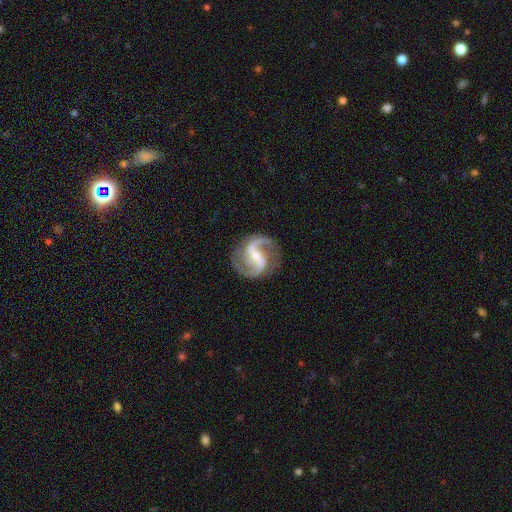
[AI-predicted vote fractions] A featured or disk galaxy (93%) with a strong bar (44%), 2 (94%) medium (56%) spiral arms (98%) and a small central bulge (59%). Merging: none (83%).